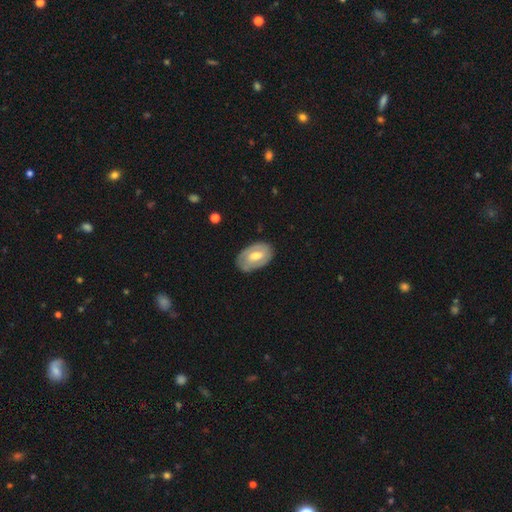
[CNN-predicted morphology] This is possibly a featured or disk galaxy (55%). It is clearly not viewed edge-on (93%). Bar: marginally weak (45%). Spiral arm pattern: possibly yes (54%). Central bulge: likely moderate (69%). Merging: likely none (76%).